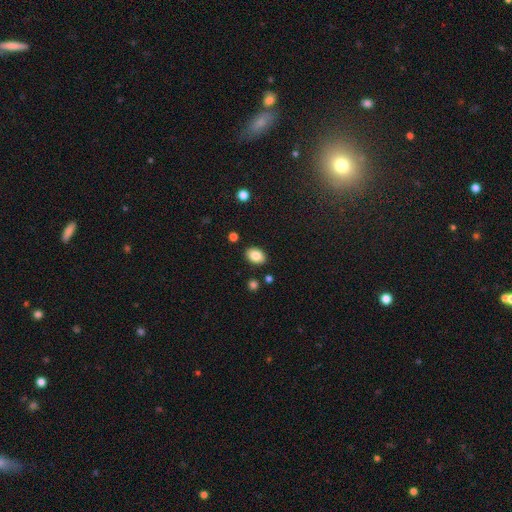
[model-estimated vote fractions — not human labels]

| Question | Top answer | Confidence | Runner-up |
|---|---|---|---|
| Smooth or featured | smooth | 85% | star or artifact (8%) |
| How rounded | in between | 82% | round (17%) |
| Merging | none | 88% | minor disturbance (8%) |